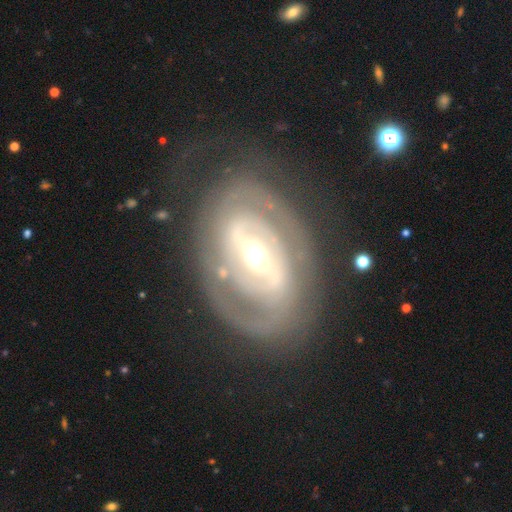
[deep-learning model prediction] Overall: featured or disk (86%). Edge-on disk: no (95%). Bar: strong (49%; weak 34%). Spiral arms: yes (84%). Spiral arm count: 2 (55%; can't tell 24%). Spiral winding: tight (65%; medium 26%). Bulge size: moderate (61%; small 29%). Merging: none (71%).